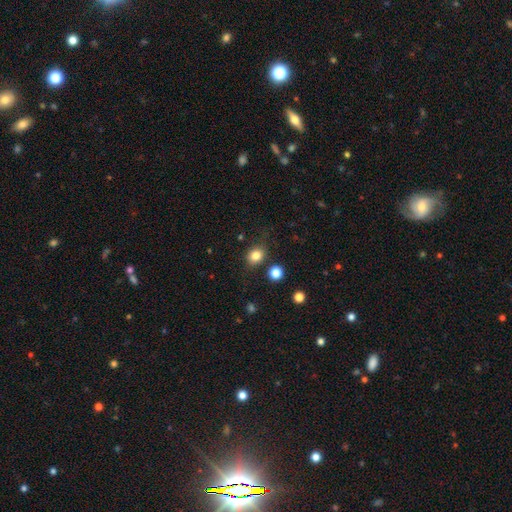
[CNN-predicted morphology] This appears to be a smooth galaxy with no disk features (81%) that is round (60%). Merging: none (77%).